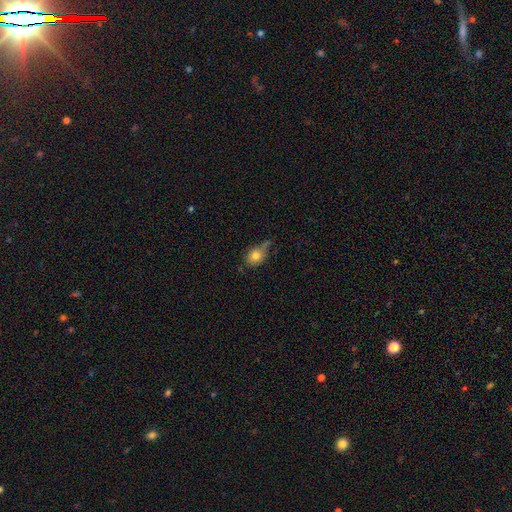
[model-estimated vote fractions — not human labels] Smooth or featured?
  - smooth: 77% *
  - featured or disk: 13%
  - star or artifact: 10%
How rounded?
  - in between: 55% *
  - round: 43%
  - cigar-shaped: 2%
Merging?
  - none: 47% *
  - minor disturbance: 33%
  - major disturbance: 12%
  - merger: 8%